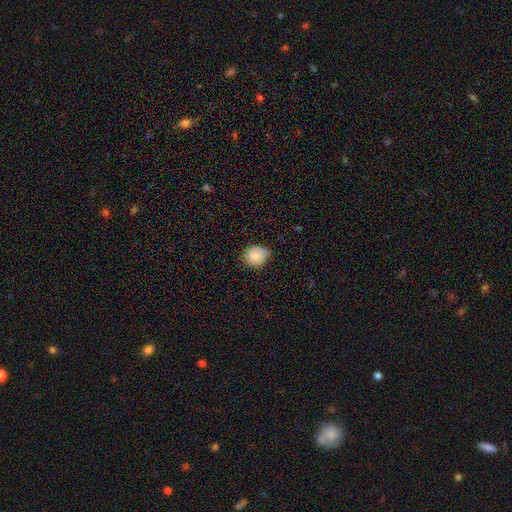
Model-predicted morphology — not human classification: This is clearly a smooth galaxy (86%). How rounded: likely round (65%). Merging: likely none (71%).